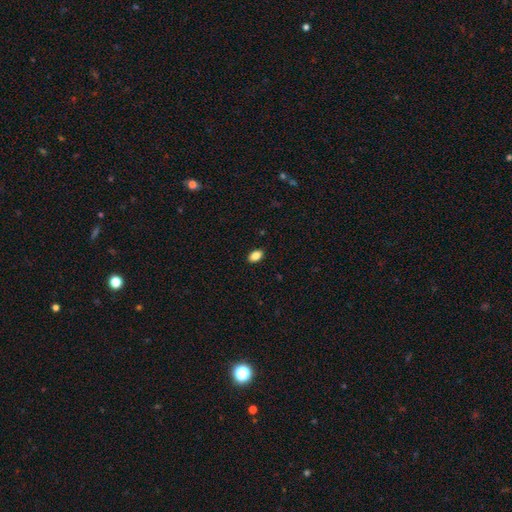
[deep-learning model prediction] Smooth or featured? smooth (85%)
How rounded? in between (88%)
Merging? none (90%)